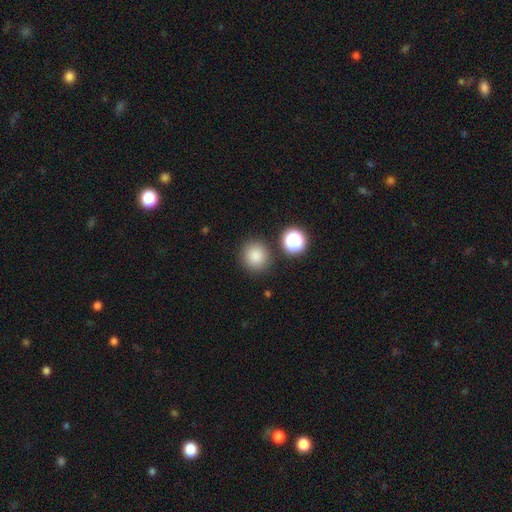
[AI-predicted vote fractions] smooth_or_featured: smooth (p=0.83) [alt: star or artifact p=0.12]
how_rounded: round (p=0.91) [alt: in between p=0.08]
merging: none (p=0.85) [alt: minor disturbance p=0.08]